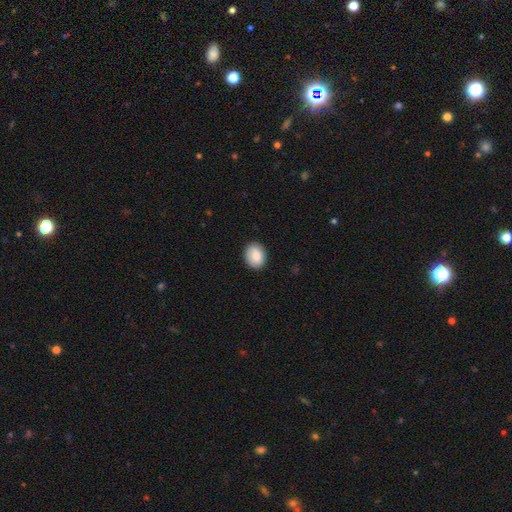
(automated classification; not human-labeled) Smooth or featured? Predicted: smooth (p=0.88). How rounded? Predicted: in between (p=0.66). Merging? Predicted: none (p=0.89).